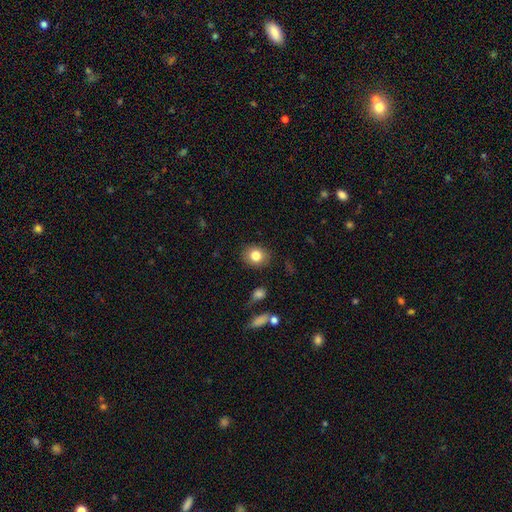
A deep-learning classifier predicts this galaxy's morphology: The model was most divided on "how rounded": round: 64%, in between: 35%, cigar-shaped: 1%. More confident: merging — none (87%); smooth or featured — smooth (82%).